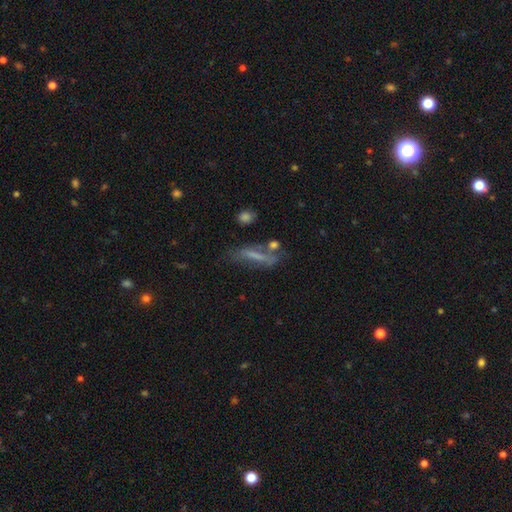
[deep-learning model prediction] Smooth or featured? smooth (49%)
Merging? none (48%)